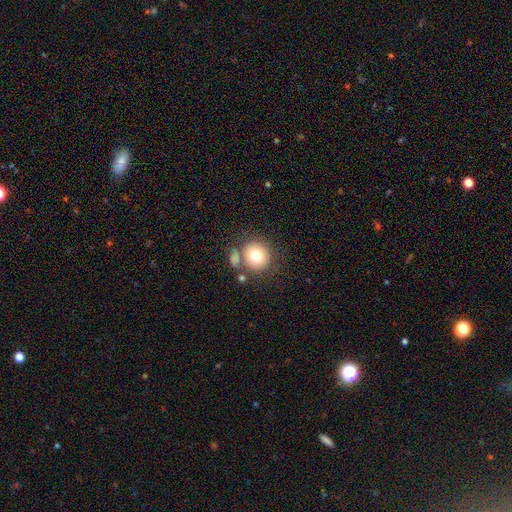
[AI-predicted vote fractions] Overall: smooth (76%). How rounded: round (90%). Merging: none (69%).